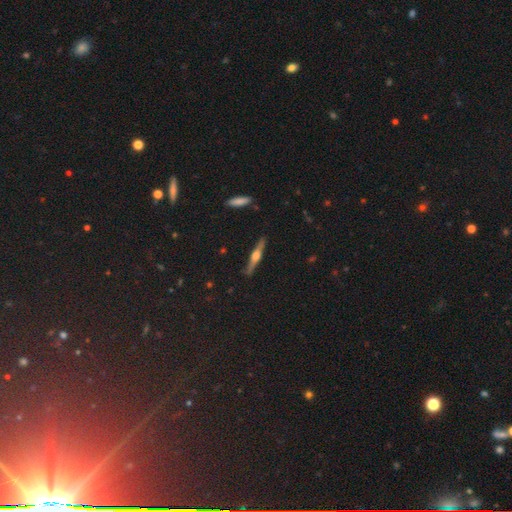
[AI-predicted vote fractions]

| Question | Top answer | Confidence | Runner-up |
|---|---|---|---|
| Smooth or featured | featured or disk | 74% | smooth (20%) |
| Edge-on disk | yes | 97% | no (3%) |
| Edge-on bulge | rounded | 85% | boxy (11%) |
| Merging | none | 88% | minor disturbance (9%) |